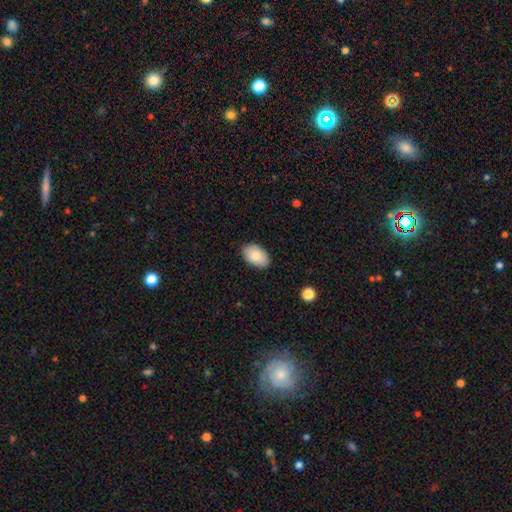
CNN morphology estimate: smooth-or-featured: smooth: 87% | featured or disk: 7% | star or artifact: 6%
  how-rounded: in between: 93% | round: 6% | cigar-shaped: 1%
  merging: none: 86% | minor disturbance: 11% | major disturbance: 2% | merger: 1%